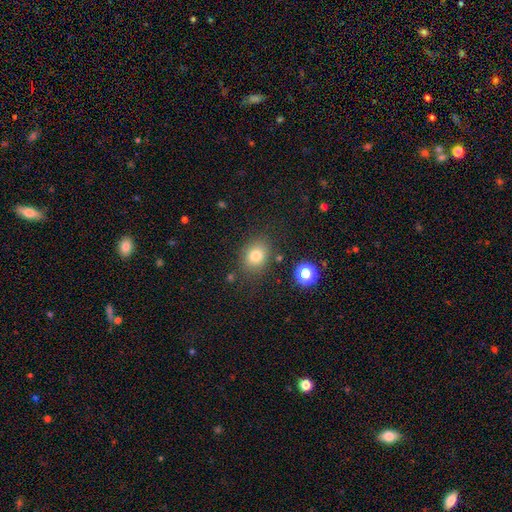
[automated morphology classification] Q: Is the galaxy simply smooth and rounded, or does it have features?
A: smooth — 78%.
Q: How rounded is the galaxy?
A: round — 52%.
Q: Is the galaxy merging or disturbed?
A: none — 80%.